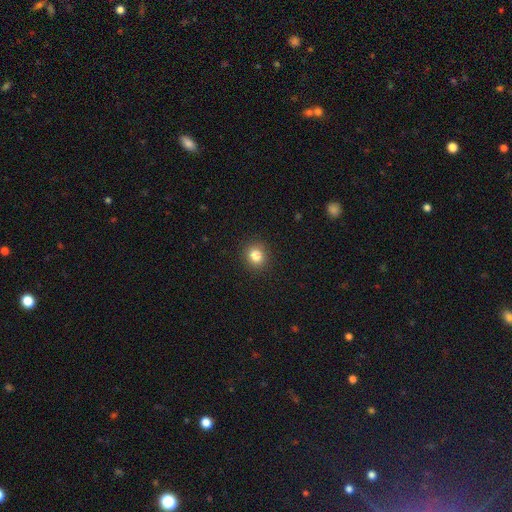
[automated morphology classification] smooth 83%, star or artifact 11%, featured or disk 5%. Down the decision tree: how rounded — round (81%); merging — none (91%).